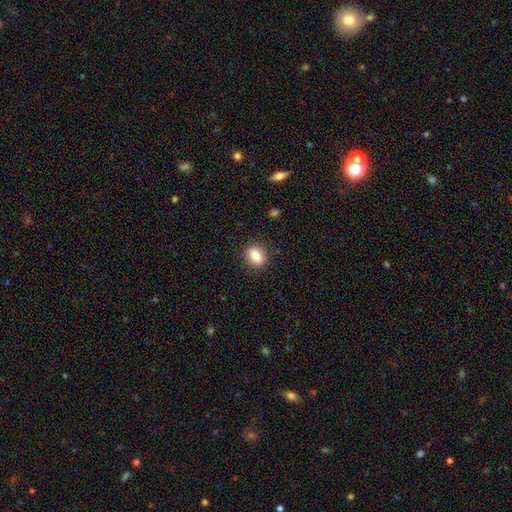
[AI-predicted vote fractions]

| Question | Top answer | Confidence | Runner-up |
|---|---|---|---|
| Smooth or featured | smooth | 85% | star or artifact (9%) |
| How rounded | in between | 57% | round (41%) |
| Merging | none | 87% | minor disturbance (10%) |